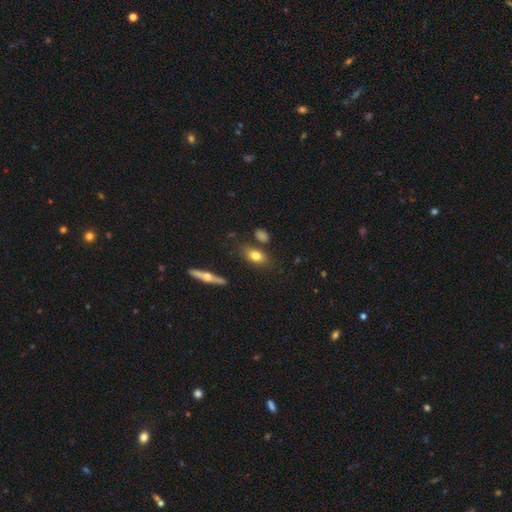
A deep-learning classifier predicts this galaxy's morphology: Smooth or featured? Predicted: smooth (p=0.74). How rounded? Predicted: in between (p=0.79). Merging? Predicted: none (p=0.76).